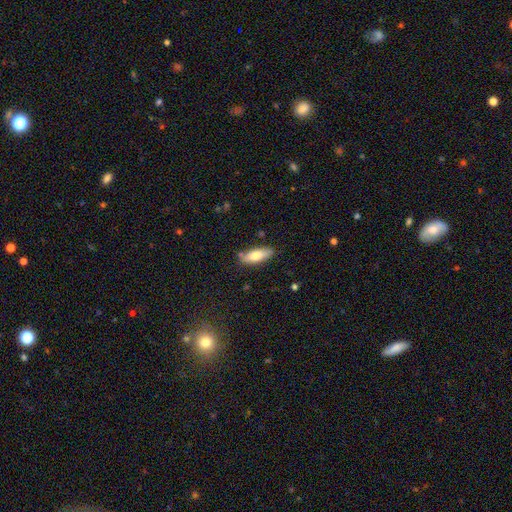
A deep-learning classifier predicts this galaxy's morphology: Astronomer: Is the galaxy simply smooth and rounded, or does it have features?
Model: smooth — 74%.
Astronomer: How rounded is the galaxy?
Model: in between — 67%.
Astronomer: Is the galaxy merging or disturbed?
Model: none — 78%.